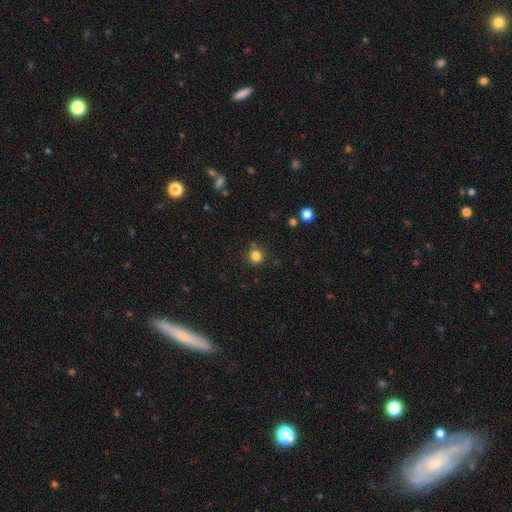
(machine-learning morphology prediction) This appears to be a smooth galaxy with no disk features (83%) that is round (90%). Merging: none (83%).